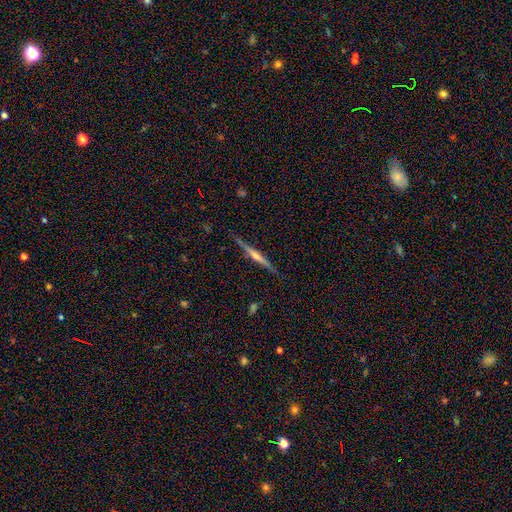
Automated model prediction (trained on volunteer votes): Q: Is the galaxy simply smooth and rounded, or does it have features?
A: featured or disk — 71%.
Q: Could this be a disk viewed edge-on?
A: yes — 98%.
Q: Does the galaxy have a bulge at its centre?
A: rounded — 65%.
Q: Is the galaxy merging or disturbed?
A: none — 88%.